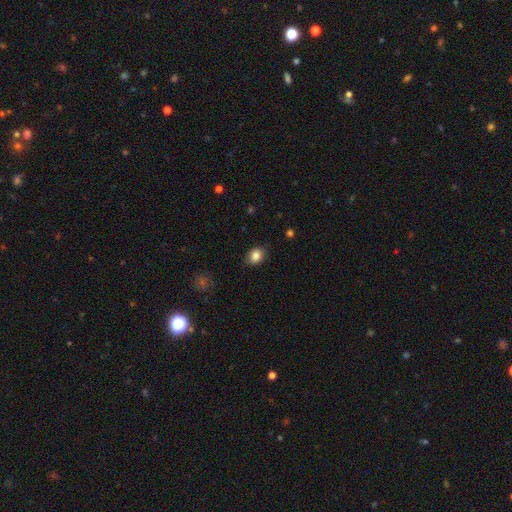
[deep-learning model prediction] A smooth galaxy with no disk features (85%) that is in between round and cigar-shaped (50%). Merging: none (83%).